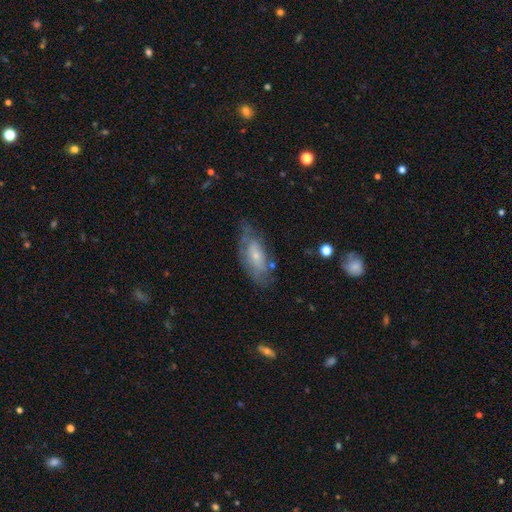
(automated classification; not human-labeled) smooth-or-featured: featured or disk: 51% | smooth: 42% | star or artifact: 7%
  disk-edge-on: no: 84% | yes: 16%
  merging: none: 58% | minor disturbance: 26% | major disturbance: 13% | merger: 3%